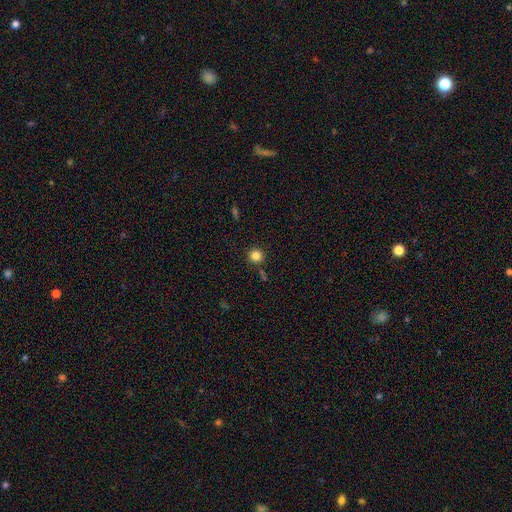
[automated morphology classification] smooth 83%, star or artifact 12%, featured or disk 5%. Down the decision tree: how rounded — round (95%); merging — none (87%).